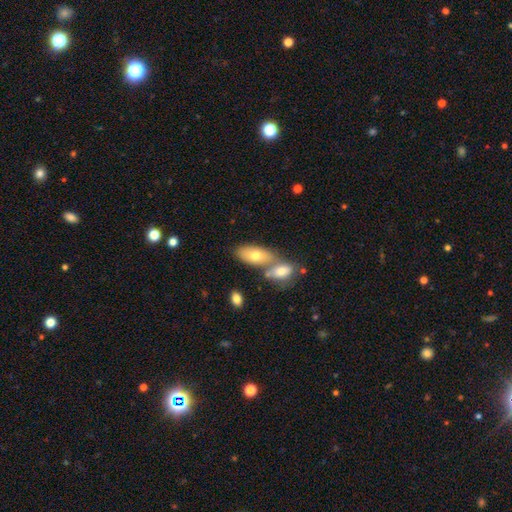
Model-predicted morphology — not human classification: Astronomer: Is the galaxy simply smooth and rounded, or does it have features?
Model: smooth — 70%.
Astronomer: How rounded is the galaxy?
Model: in between — 88%.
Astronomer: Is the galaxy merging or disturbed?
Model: merger — 46% (runner-up: none, 41%).